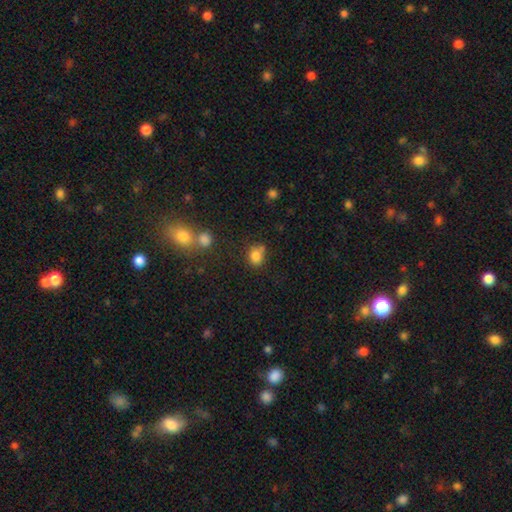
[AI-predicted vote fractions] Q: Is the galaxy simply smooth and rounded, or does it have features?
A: smooth — 80%.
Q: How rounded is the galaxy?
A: round — 62%.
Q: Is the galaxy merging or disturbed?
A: none — 56%.